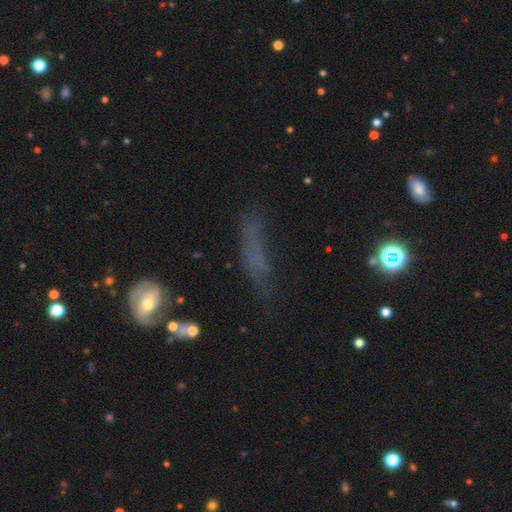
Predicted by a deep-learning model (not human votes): smooth 48%, featured or disk 29%, star or artifact 23%. Down the decision tree: merging — none (43%).